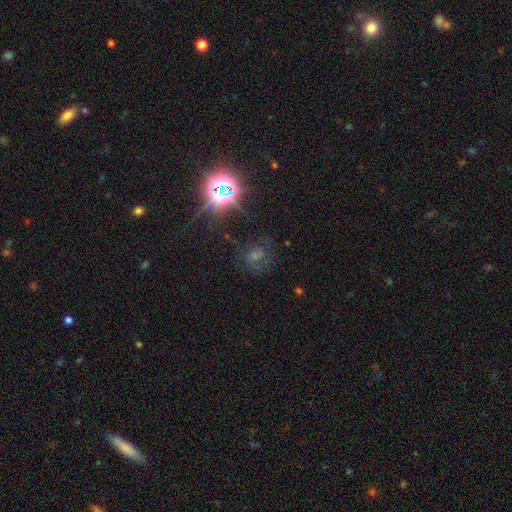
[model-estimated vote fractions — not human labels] A star or artifact, not a galaxy (40%).